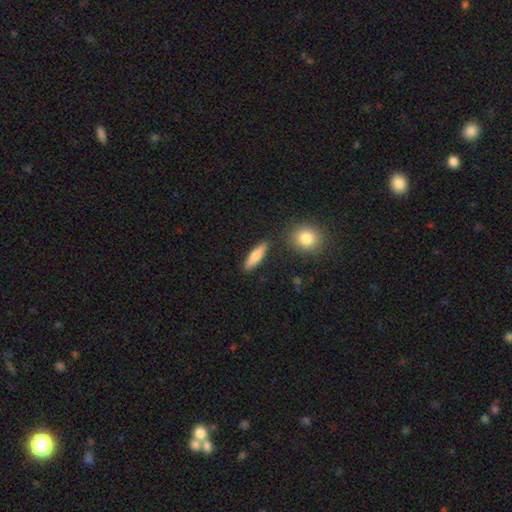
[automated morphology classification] Smooth or featured? Predicted: smooth (p=0.75). How rounded? Predicted: cigar-shaped (p=0.64). Merging? Predicted: none (p=0.84).